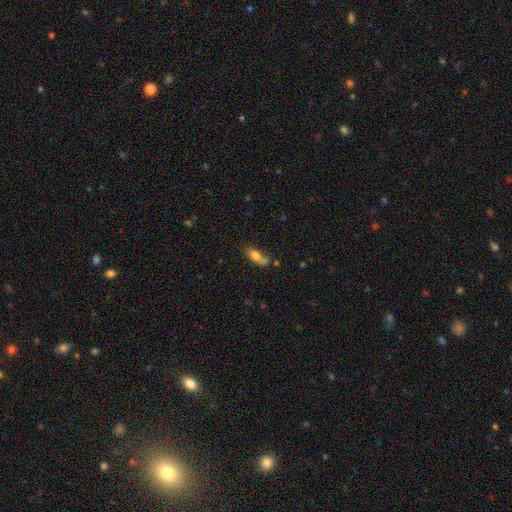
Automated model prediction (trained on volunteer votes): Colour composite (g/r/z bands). It shows a smooth galaxy with no disk features (73%) that is in between round and cigar-shaped (73%). Merging: none (45%).